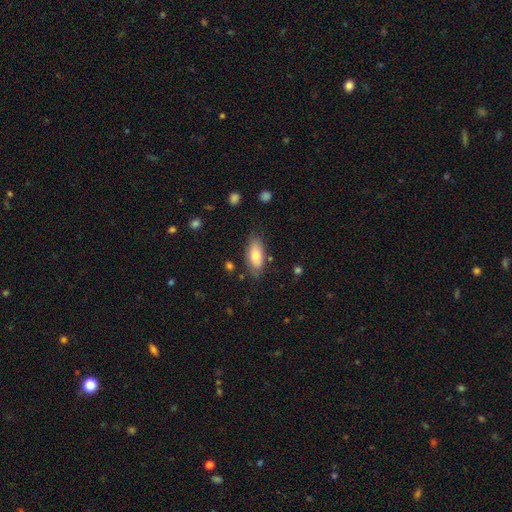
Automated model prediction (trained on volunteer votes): A smooth galaxy with no disk features (76%) that is in between round and cigar-shaped (85%). Merging: none (76%).